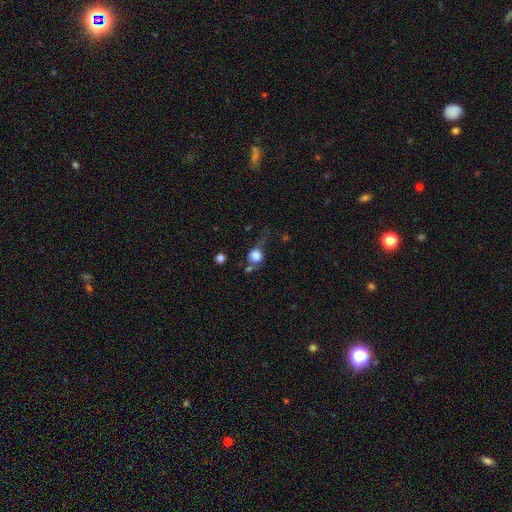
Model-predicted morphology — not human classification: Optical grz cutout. It shows a smooth galaxy with no disk features (76%) that is round (80%). Merging: none (40%).